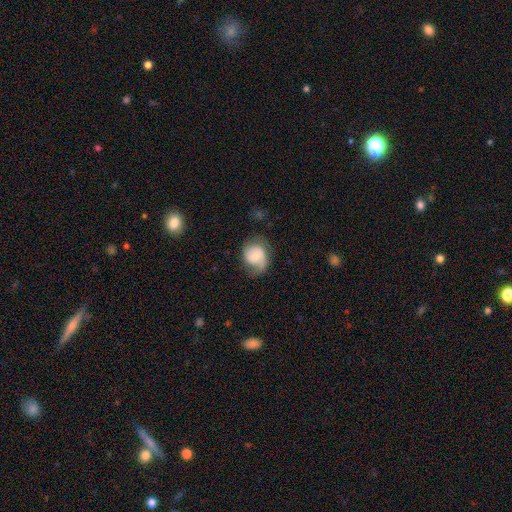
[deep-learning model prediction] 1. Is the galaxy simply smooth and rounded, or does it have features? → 47% smooth, 46% featured or disk, 8% star or artifact.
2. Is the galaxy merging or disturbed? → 48% none, 30% minor disturbance, 20% major disturbance, 2% merger.